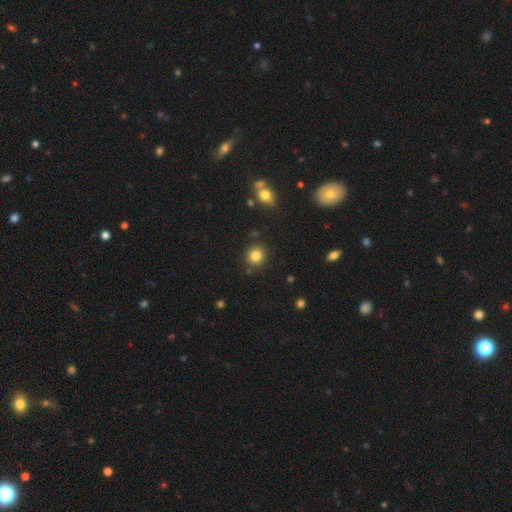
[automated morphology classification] Smooth or featured: smooth — 82% (star or artifact — 12%)
How rounded: round — 89% (in between — 10%)
Merging: none — 87% (minor disturbance — 7%)